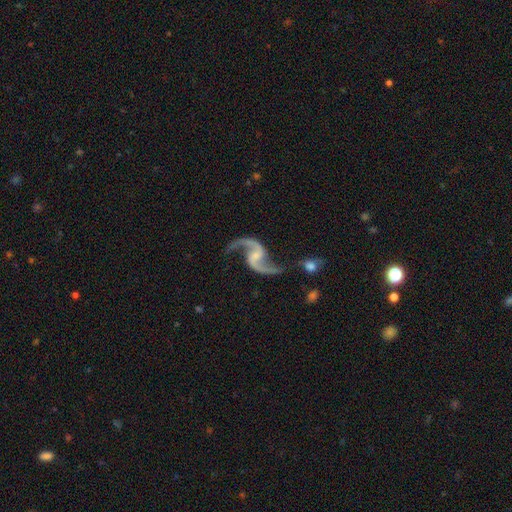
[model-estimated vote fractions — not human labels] smooth-or-featured: featured or disk: 93% | star or artifact: 4% | smooth: 3%
  disk-edge-on: no: 98% | yes: 2%
    bar: weak: 42% (tied) | no: 42% (tied) | strong: 16%
    has-spiral-arms: yes: 98% | no: 2%
      spiral-winding: loose: 79% | medium: 18% | tight: 3%
      spiral-arm-count: 2: 94% | 1: 1% | can't tell: 1% | 3: 1% | 4: 1% | more than 4: 1%
    bulge-size: small: 56% | moderate: 24% | none: 17% | large: 2% | dominant: 1%
  merging: none: 68% | minor disturbance: 16% | major disturbance: 9% | merger: 7%